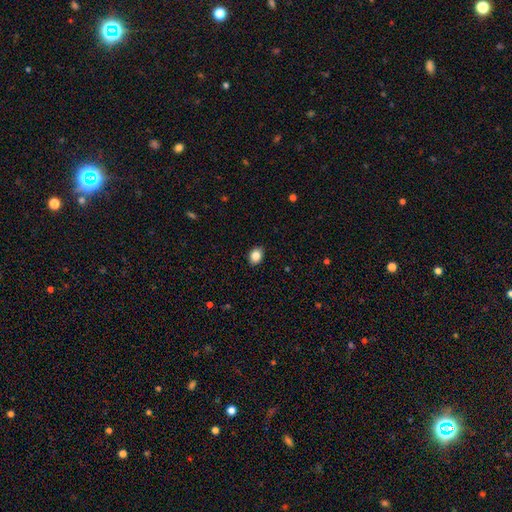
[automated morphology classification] The model was most divided on "how rounded": in between: 64%, round: 35%, cigar-shaped: 1%. More confident: merging — none (89%); smooth or featured — smooth (86%).